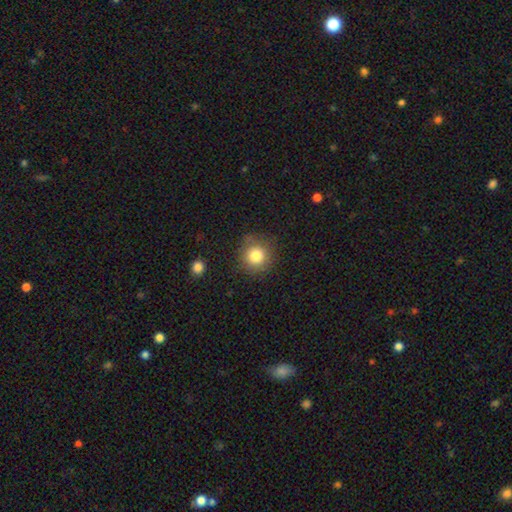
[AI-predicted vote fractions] This is clearly a smooth galaxy (81%). How rounded: clearly round (92%). Merging: clearly none (83%).